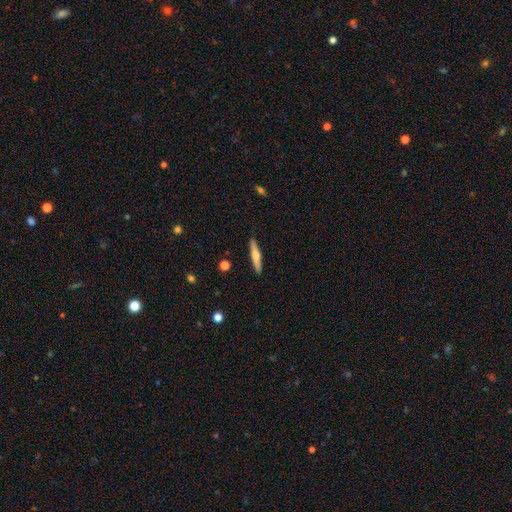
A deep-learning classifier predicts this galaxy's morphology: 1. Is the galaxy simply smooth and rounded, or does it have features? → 49% smooth, 45% featured or disk, 6% star or artifact.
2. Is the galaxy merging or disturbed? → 90% none, 7% minor disturbance, 1% major disturbance, 1% merger.